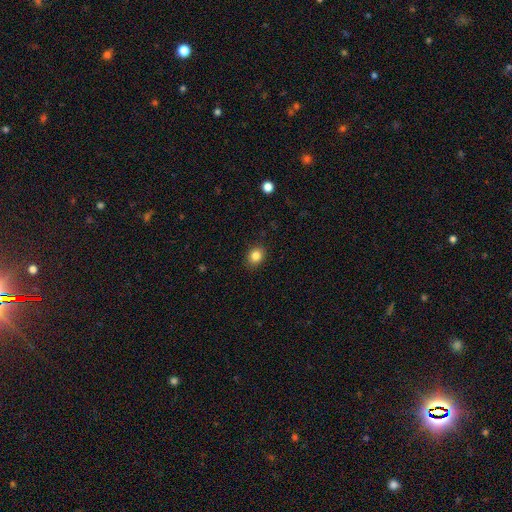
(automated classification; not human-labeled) Q: Smooth or featured?
A: smooth (85%); runner-up: star or artifact (10%)
Q: How rounded?
A: round (58%); runner-up: in between (41%)
Q: Merging?
A: none (88%); runner-up: minor disturbance (9%)